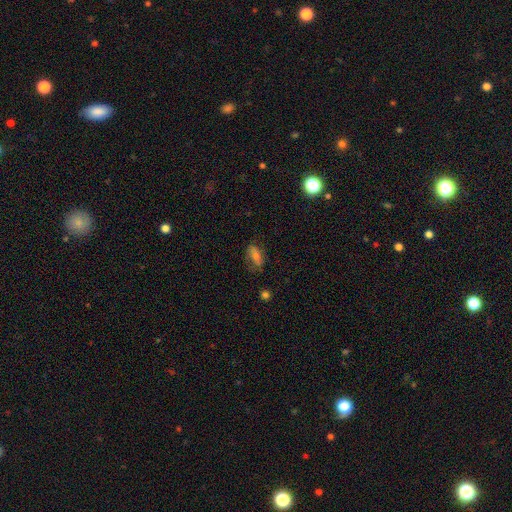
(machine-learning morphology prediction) Smooth or featured? smooth (52%)
How rounded? in between (76%)
Merging? none (68%)